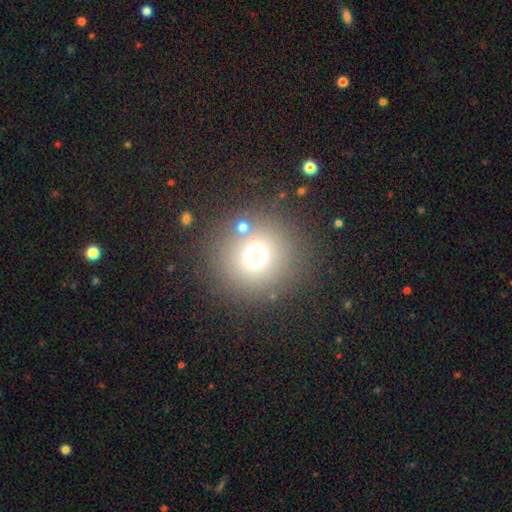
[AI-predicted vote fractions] Smooth or featured? smooth (68%)
How rounded? round (94%)
Merging? none (82%)